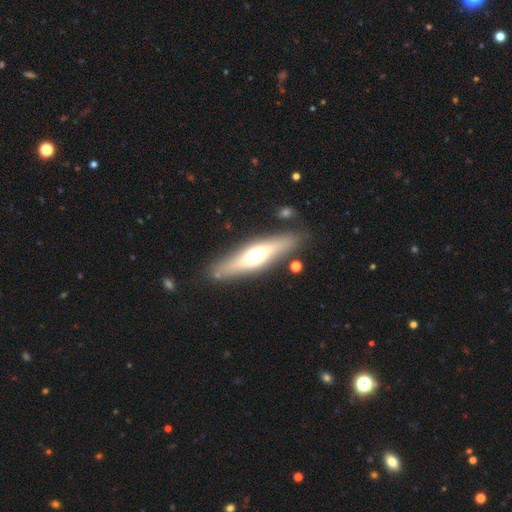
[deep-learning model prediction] A featured or disk galaxy (51%) viewed edge-on (84%).

Vote fractions:
- Smooth or featured? featured or disk: 51% / smooth: 43% / star or artifact: 6%
- Edge-on disk? yes: 84% / no: 16%
- Merging? none: 84% / minor disturbance: 10% / merger: 3% / major disturbance: 3%